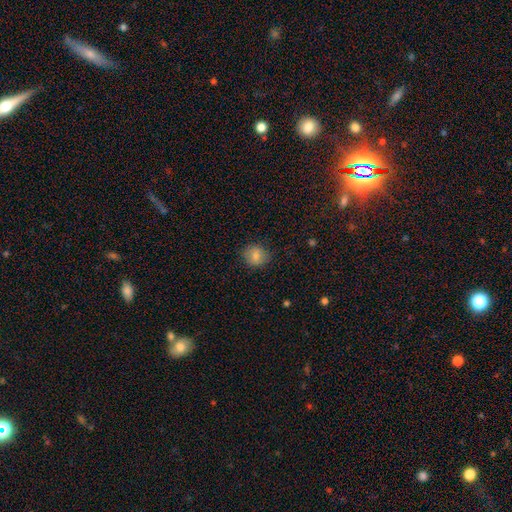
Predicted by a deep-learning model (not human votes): smooth-or-featured: smooth: 80% | featured or disk: 11% | star or artifact: 10%
  how-rounded: round: 78% | in between: 21% | cigar-shaped: 1%
  merging: none: 83% | minor disturbance: 13% | major disturbance: 3% | merger: 1%